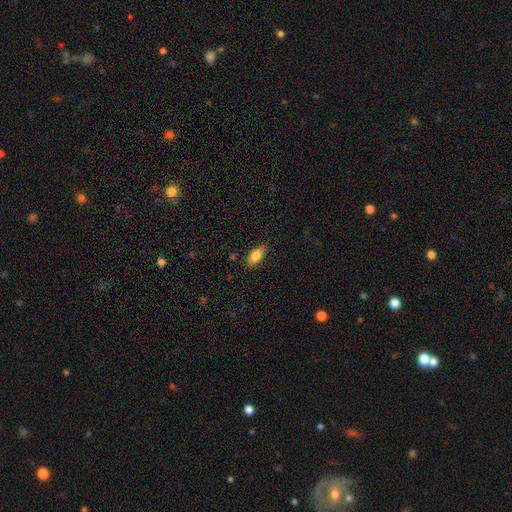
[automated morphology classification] smooth_or_featured: smooth (p=0.84) [alt: featured or disk p=0.09]
how_rounded: in between (p=0.88) [alt: cigar-shaped p=0.08]
merging: none (p=0.83) [alt: minor disturbance p=0.13]